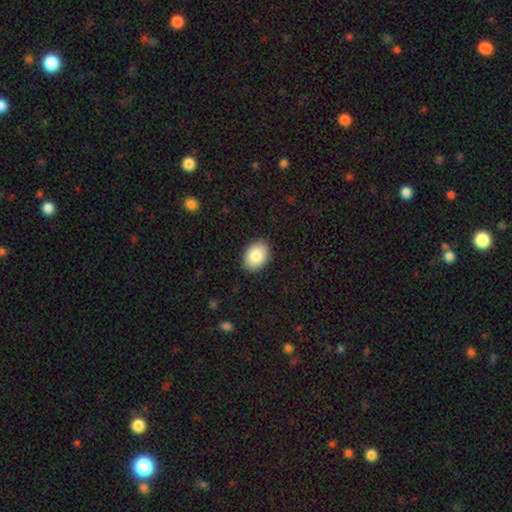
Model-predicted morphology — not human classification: A smooth galaxy with no disk features (85%) that is in between round and cigar-shaped (81%). Merging: none (89%).